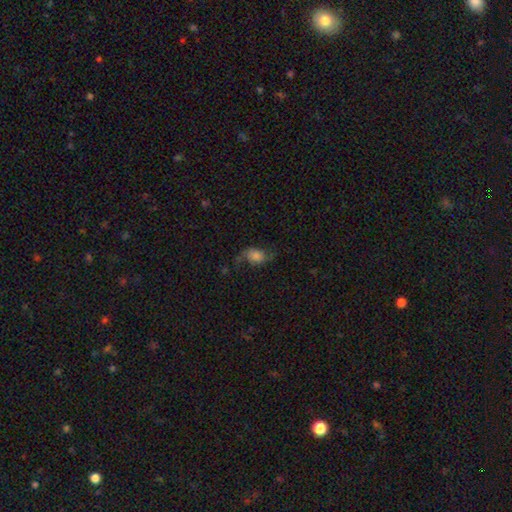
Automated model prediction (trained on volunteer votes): smooth_or_featured: featured or disk (p=0.46) [alt: smooth p=0.42]
merging: none (p=0.59) [alt: minor disturbance p=0.21]